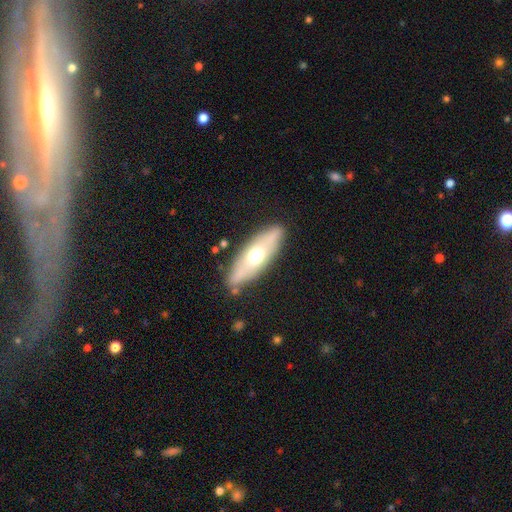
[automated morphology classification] This is possibly a smooth galaxy (52%). How rounded: possibly in between (54%). Merging: clearly none (81%).